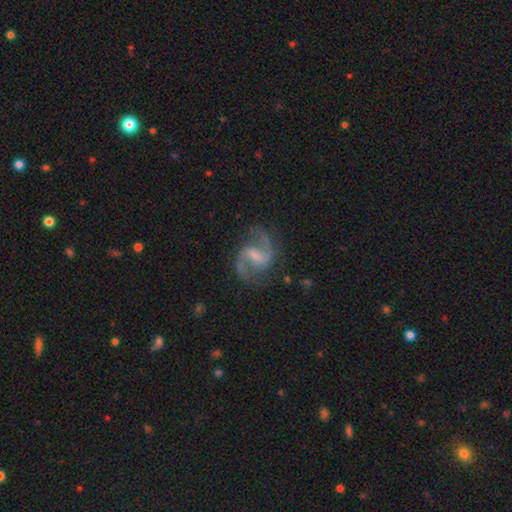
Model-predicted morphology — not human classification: smooth_or_featured: featured or disk (p=0.90) [alt: star or artifact p=0.05]
disk_edge_on: no (p=0.98) [alt: yes p=0.02]
bar: weak (p=0.55) [alt: strong p=0.31]
has_spiral_arms: yes (p=0.98) [alt: no p=0.02]
spiral_winding: medium (p=0.56) [alt: loose p=0.35]
spiral_arm_count: 2 (p=0.93) [alt: can't tell p=0.02]
bulge_size: small (p=0.39) [alt: none p=0.29]
merging: none (p=0.79) [alt: minor disturbance p=0.13]